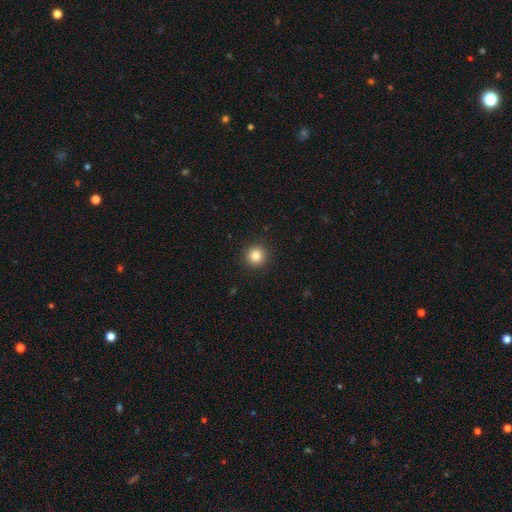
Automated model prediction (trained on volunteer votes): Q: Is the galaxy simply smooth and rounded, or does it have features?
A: smooth — 84%.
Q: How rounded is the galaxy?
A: round — 95%.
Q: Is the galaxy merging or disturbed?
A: none — 93%.